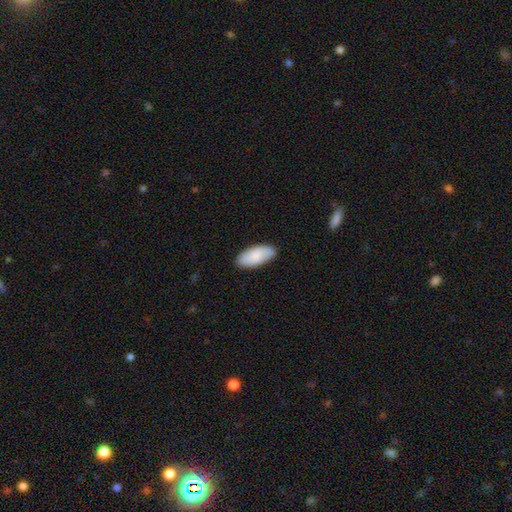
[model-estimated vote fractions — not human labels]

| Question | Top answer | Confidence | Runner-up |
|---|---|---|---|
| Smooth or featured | smooth | 85% | featured or disk (9%) |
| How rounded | in between | 91% | cigar-shaped (8%) |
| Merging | none | 85% | minor disturbance (12%) |